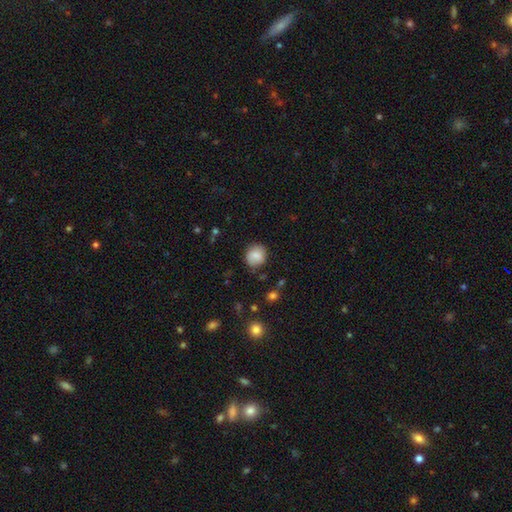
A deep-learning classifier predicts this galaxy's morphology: This appears to be a smooth galaxy with no disk features (81%) that is round (85%). Merging: none (82%).